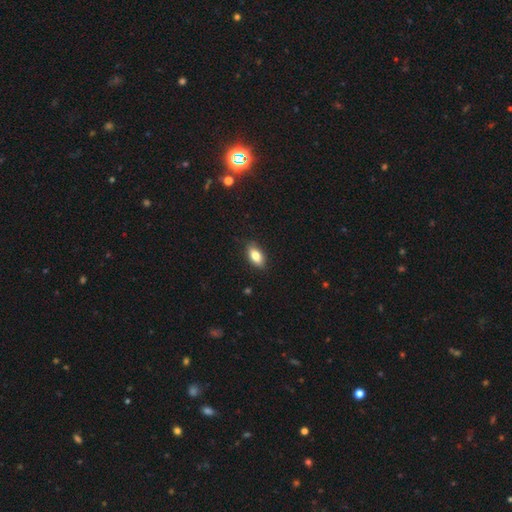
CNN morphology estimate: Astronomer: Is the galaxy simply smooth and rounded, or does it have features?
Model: smooth — 77%.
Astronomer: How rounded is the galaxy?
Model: in between — 86%.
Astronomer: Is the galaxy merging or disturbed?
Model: none — 87%.